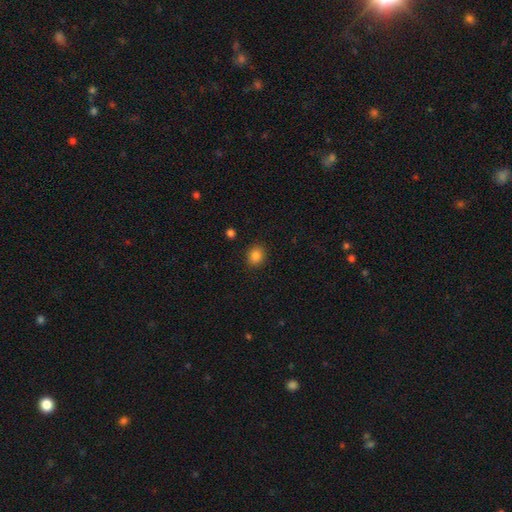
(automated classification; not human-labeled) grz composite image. It shows a smooth galaxy with no disk features (84%) that is round (73%). Merging: none (89%).